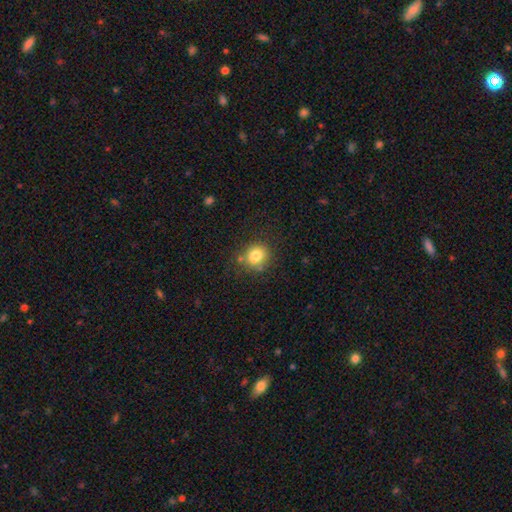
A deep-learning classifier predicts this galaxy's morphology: smooth_or_featured: smooth (p=0.80) [alt: star or artifact p=0.11]
how_rounded: round (p=0.72) [alt: in between p=0.27]
merging: none (p=0.70) [alt: minor disturbance p=0.16]